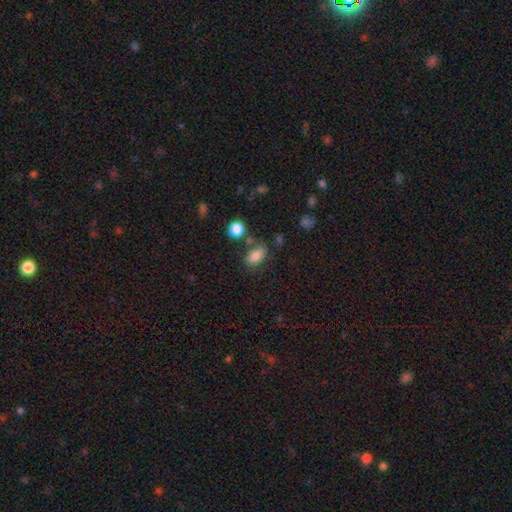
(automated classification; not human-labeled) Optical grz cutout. It shows a smooth galaxy with no disk features (80%) that is in between round and cigar-shaped (86%). Merging: none (64%).